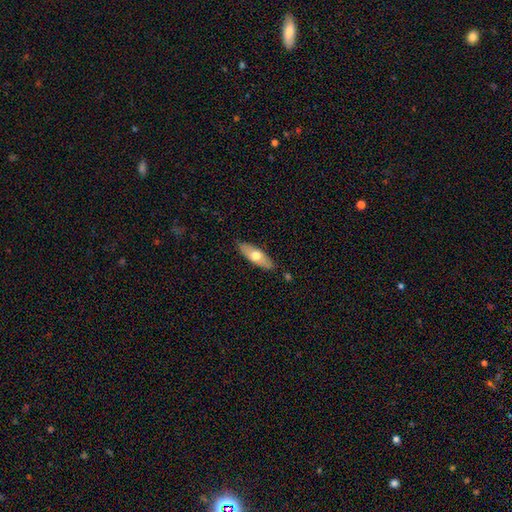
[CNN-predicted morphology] A smooth galaxy with no disk features (57%) that is in between round and cigar-shaped (70%).

Vote fractions:
- Smooth or featured? smooth: 57% / featured or disk: 37% / star or artifact: 6%
- How rounded? in between: 70% / cigar-shaped: 28% / round: 3%
- Merging? none: 83% / minor disturbance: 13% / major disturbance: 2% / merger: 2%